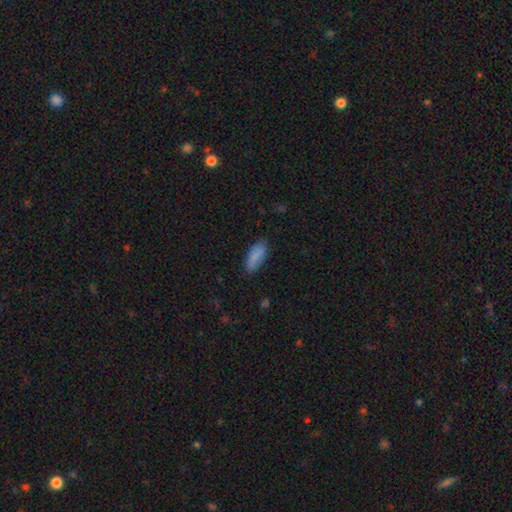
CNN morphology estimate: Smooth or featured?
  - smooth: 85% *
  - featured or disk: 7%
  - star or artifact: 7%
How rounded?
  - in between: 75% *
  - cigar-shaped: 23%
  - round: 2%
Merging?
  - none: 77% *
  - minor disturbance: 18%
  - major disturbance: 4%
  - merger: 2%